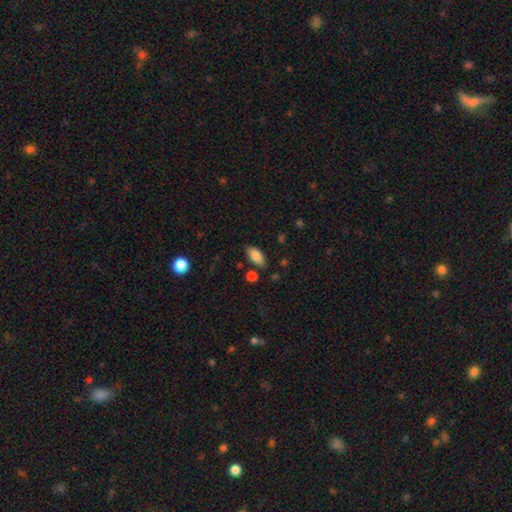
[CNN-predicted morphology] Q: Smooth or featured?
A: smooth (84%); runner-up: featured or disk (8%)
Q: How rounded?
A: in between (90%); runner-up: cigar-shaped (7%)
Q: Merging?
A: none (81%); runner-up: minor disturbance (12%)